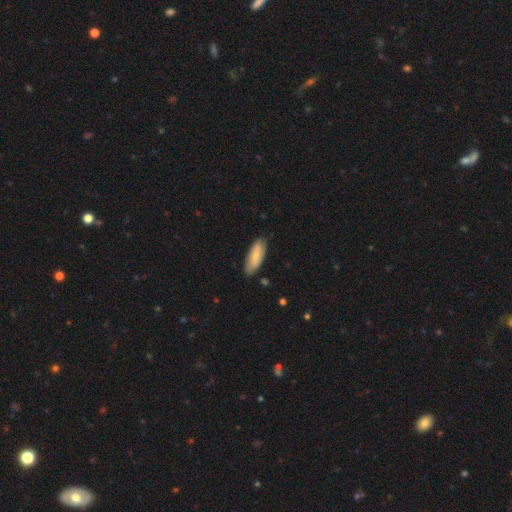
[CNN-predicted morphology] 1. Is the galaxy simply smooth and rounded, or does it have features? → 72% smooth, 22% featured or disk, 5% star or artifact.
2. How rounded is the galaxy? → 71% in between, 27% cigar-shaped, 2% round.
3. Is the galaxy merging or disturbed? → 81% none, 15% minor disturbance, 2% major disturbance, 1% merger.